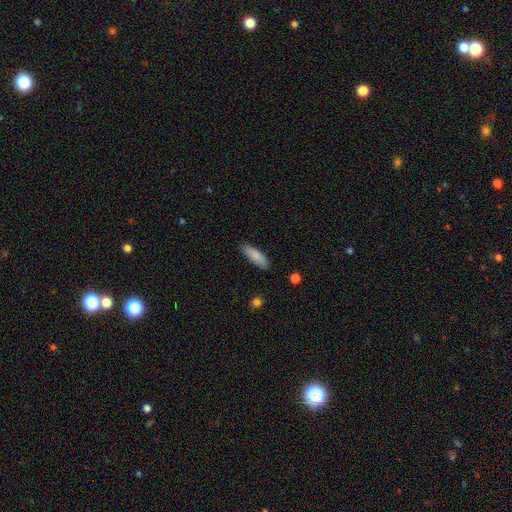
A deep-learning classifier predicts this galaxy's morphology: smooth-or-featured: smooth: 83% | featured or disk: 11% | star or artifact: 6%
  how-rounded: in between: 56% | cigar-shaped: 42% | round: 2%
  merging: none: 86% | minor disturbance: 11% | major disturbance: 2% | merger: 1%